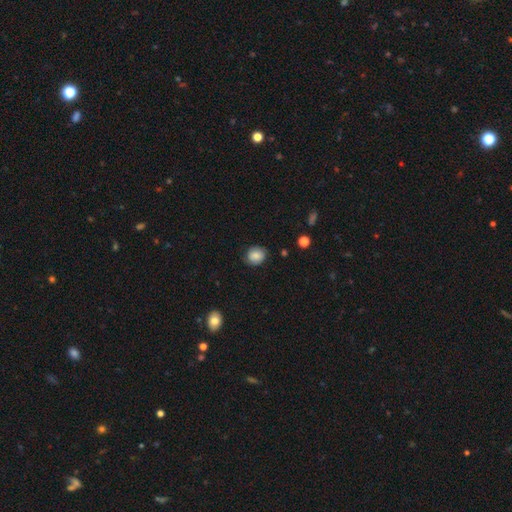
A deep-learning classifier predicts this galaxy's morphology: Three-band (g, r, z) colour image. It shows a smooth galaxy with no disk features (81%) that is round (73%). Merging: none (81%).